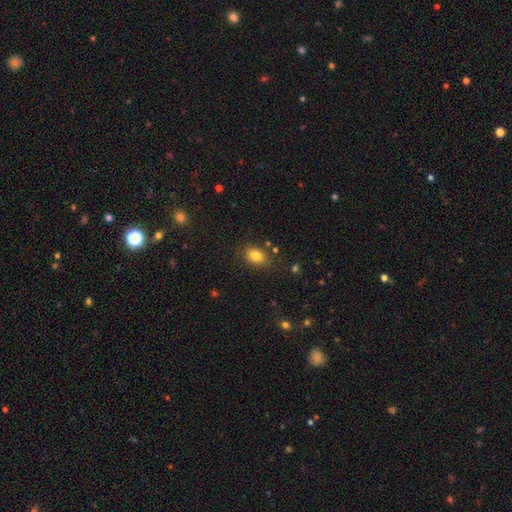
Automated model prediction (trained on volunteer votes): A smooth galaxy with no disk features (83%) that is in between round and cigar-shaped (77%). Merging: none (80%).